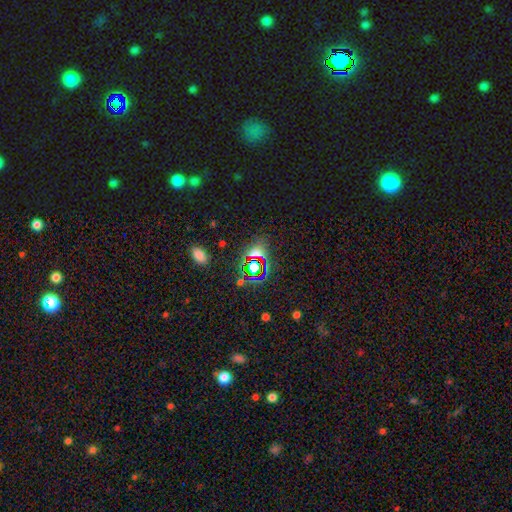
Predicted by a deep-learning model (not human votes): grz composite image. It shows a star or artifact, not a galaxy (61%).